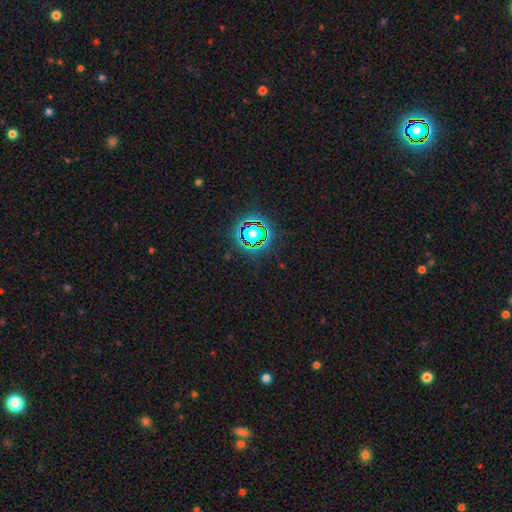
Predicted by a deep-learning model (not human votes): The model was most divided on "smooth or featured": star or artifact: 82%, smooth: 11%, featured or disk: 7%.